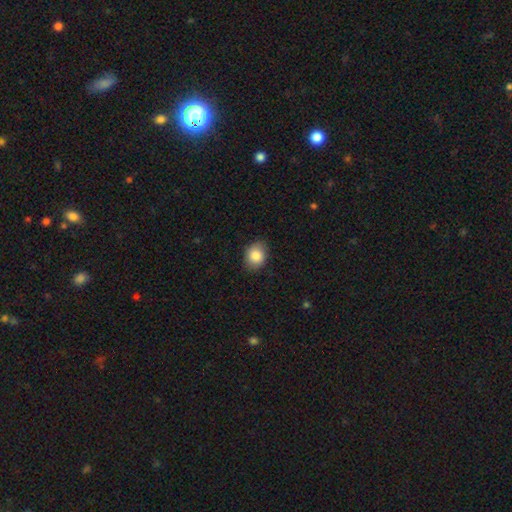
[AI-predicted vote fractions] Smooth or featured? smooth (85%)
How rounded? in between (58%)
Merging? none (83%)